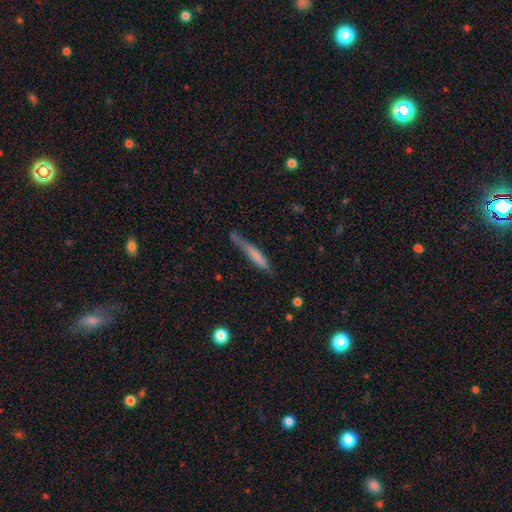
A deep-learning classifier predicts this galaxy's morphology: This is likely a smooth galaxy (63%). How rounded: clearly cigar-shaped (93%). Merging: possibly none (55%).